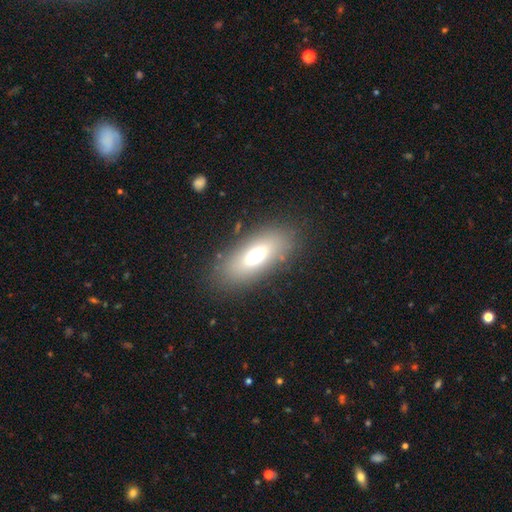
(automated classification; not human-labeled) Smooth or featured?
  - smooth: 68% *
  - featured or disk: 22%
  - star or artifact: 11%
How rounded?
  - in between: 80% *
  - cigar-shaped: 16%
  - round: 3%
Merging?
  - none: 84% *
  - minor disturbance: 10%
  - major disturbance: 5%
  - merger: 2%